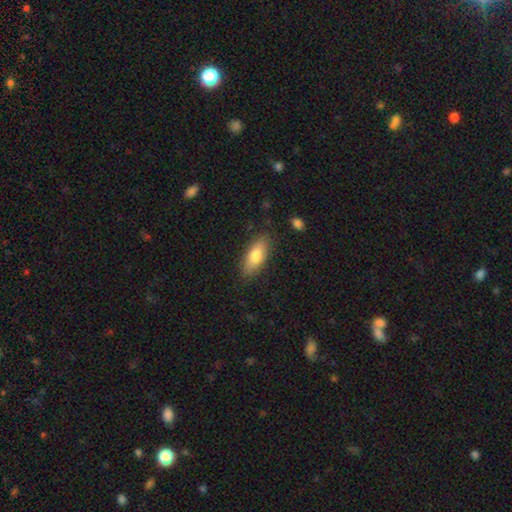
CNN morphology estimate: Smooth or featured? Predicted: smooth (p=0.77). How rounded? Predicted: in between (p=0.76). Merging? Predicted: none (p=0.84).